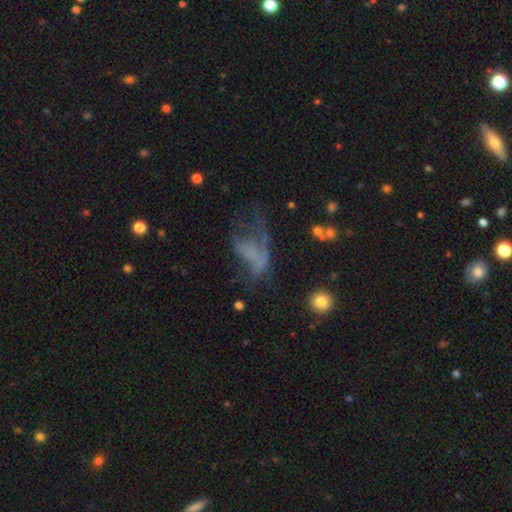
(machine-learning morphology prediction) Q: Smooth or featured?
A: featured or disk (47%); runner-up: smooth (33%)
Q: Merging?
A: major disturbance (55%); runner-up: none (21%)